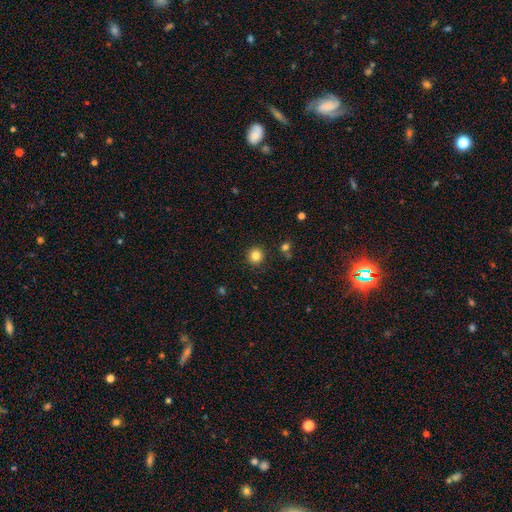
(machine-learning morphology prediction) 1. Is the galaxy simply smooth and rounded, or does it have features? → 83% smooth, 12% star or artifact, 5% featured or disk.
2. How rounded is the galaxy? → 94% round, 5% in between, 1% cigar-shaped.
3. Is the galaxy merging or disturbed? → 91% none, 5% minor disturbance, 2% major disturbance, 2% merger.